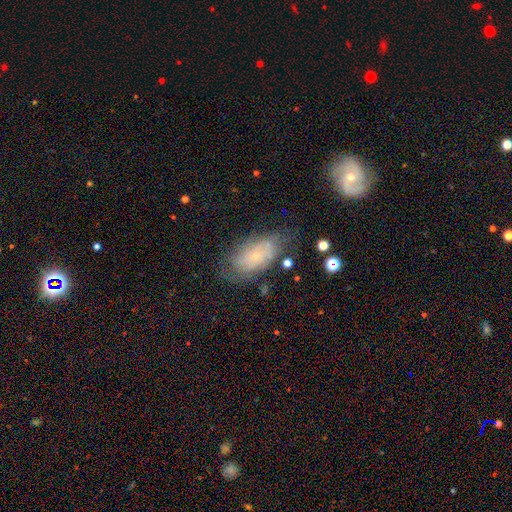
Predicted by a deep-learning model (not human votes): A featured or disk galaxy (46%). Merging: none (61%).